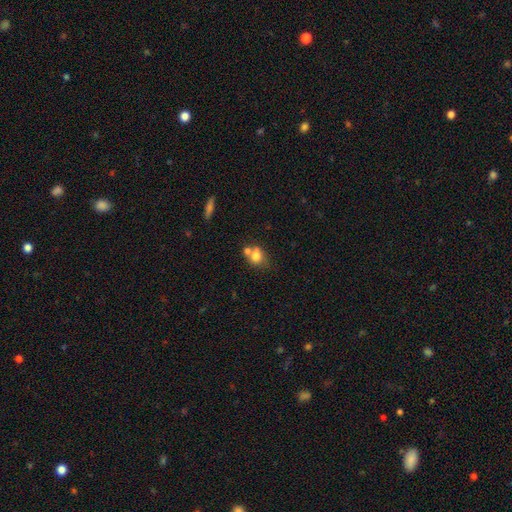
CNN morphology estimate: A smooth galaxy with no disk features (73%) that is round (60%).

Vote fractions:
- Smooth or featured? smooth: 73% / featured or disk: 16% / star or artifact: 11%
- How rounded? round: 60% / in between: 39% / cigar-shaped: 1%
- Merging? merger: 45% / none: 38% / minor disturbance: 12% / major disturbance: 5%